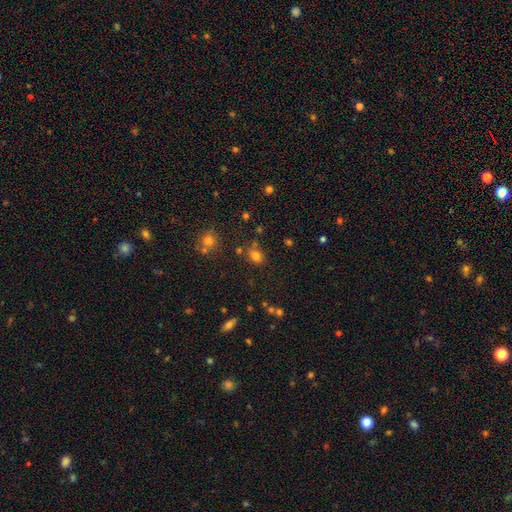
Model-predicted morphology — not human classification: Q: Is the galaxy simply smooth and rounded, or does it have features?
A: smooth — 75%.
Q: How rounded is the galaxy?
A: in between — 59%.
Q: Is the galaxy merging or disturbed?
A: none — 68%.